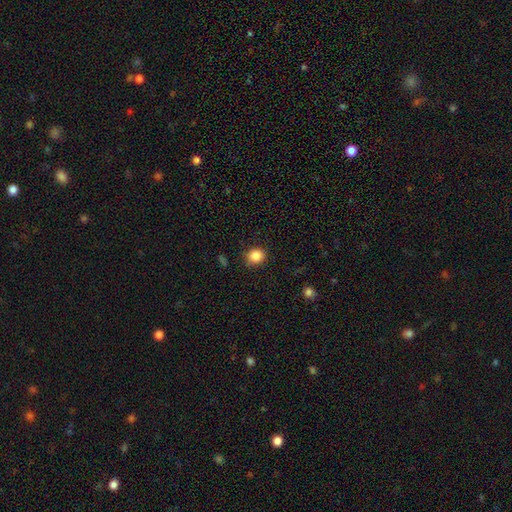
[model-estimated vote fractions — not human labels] Smooth or featured?
  - smooth: 85% *
  - star or artifact: 10%
  - featured or disk: 5%
How rounded?
  - round: 76% *
  - in between: 23%
  - cigar-shaped: 1%
Merging?
  - none: 86% *
  - minor disturbance: 11%
  - major disturbance: 3%
  - merger: 1%